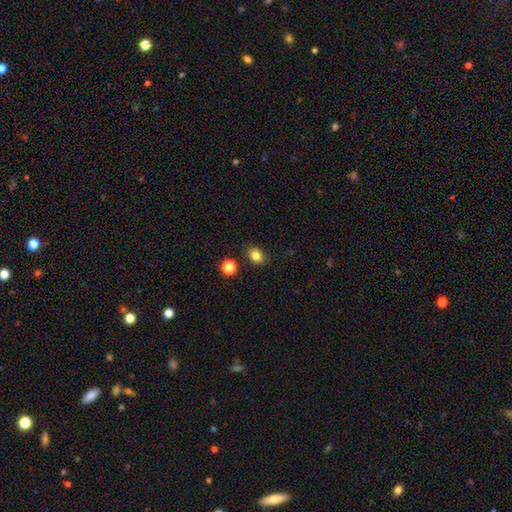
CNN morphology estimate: smooth-or-featured: smooth: 82% | star or artifact: 11% | featured or disk: 6%
  how-rounded: in between: 61% | round: 38% | cigar-shaped: 1%
  merging: none: 85% | minor disturbance: 9% | merger: 3% | major disturbance: 2%